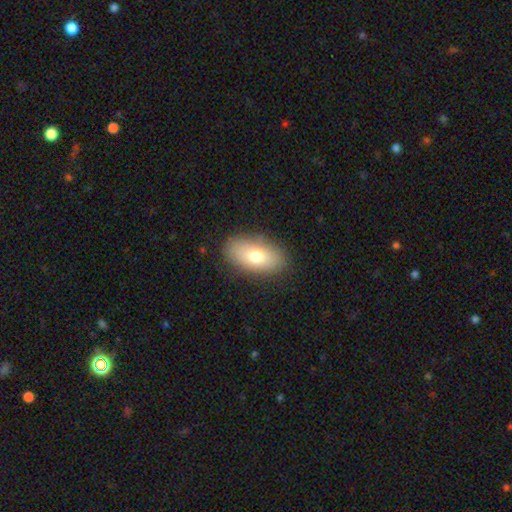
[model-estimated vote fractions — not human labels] Smooth or featured: smooth — 75% (featured or disk — 17%)
How rounded: in between — 92% (round — 5%)
Merging: none — 86% (minor disturbance — 10%)